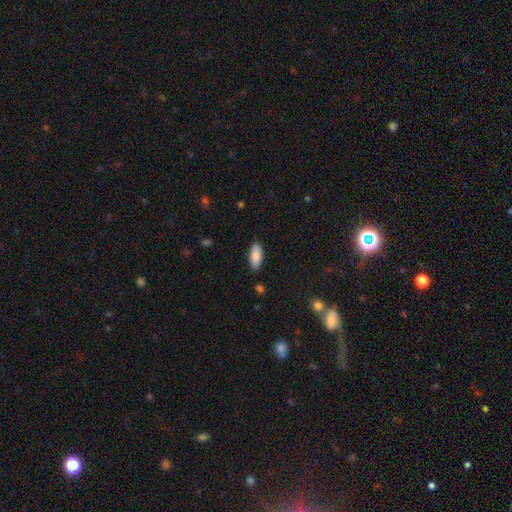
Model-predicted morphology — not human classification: The model was most divided on "how rounded": in between: 82%, cigar-shaped: 16%, round: 2%. More confident: smooth or featured — smooth (88%); merging — none (86%).